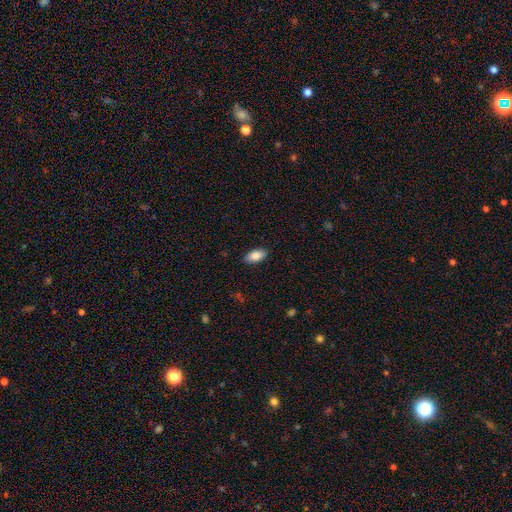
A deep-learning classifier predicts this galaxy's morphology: A smooth galaxy with no disk features (86%) that is in between round and cigar-shaped (93%).

Vote fractions:
- Smooth or featured? smooth: 86% / featured or disk: 7% / star or artifact: 7%
- How rounded? in between: 93% / cigar-shaped: 4% / round: 3%
- Merging? none: 86% / minor disturbance: 11% / major disturbance: 2% / merger: 1%